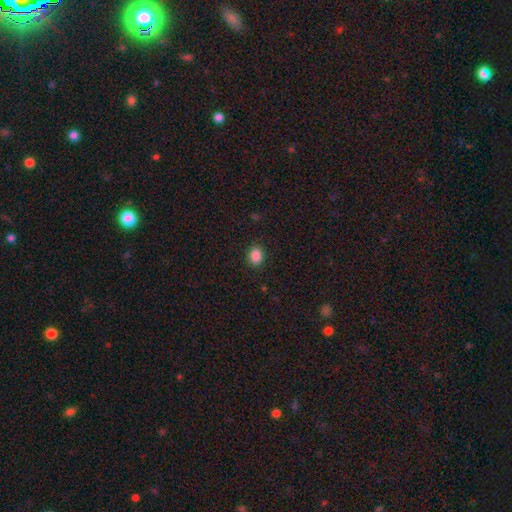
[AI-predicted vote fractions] This is clearly a smooth galaxy (87%). How rounded: likely in between (60%). Merging: clearly none (89%).